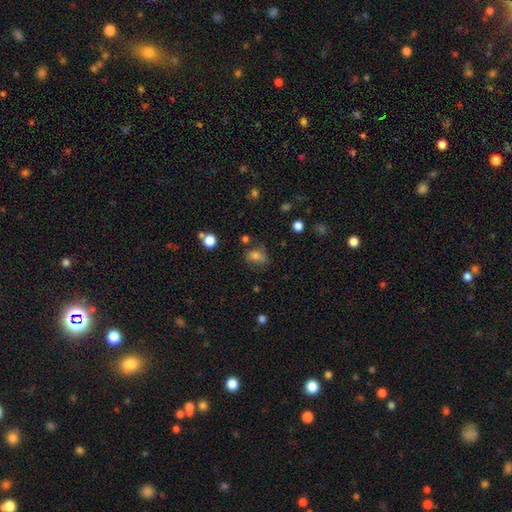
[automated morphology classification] Q: Smooth or featured?
A: smooth (71%); runner-up: star or artifact (15%)
Q: How rounded?
A: in between (60%); runner-up: round (38%)
Q: Merging?
A: none (62%); runner-up: minor disturbance (25%)